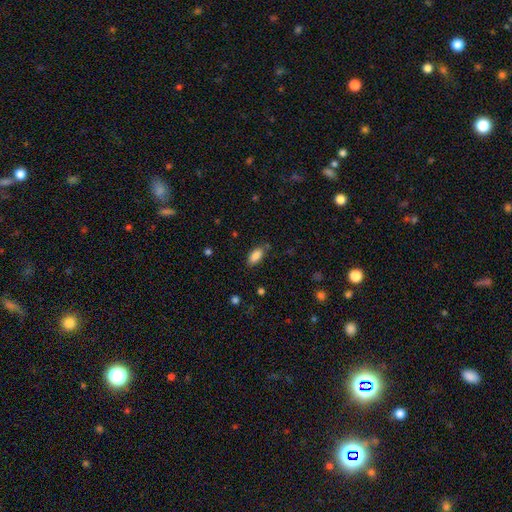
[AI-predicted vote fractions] This appears to be a smooth galaxy with no disk features (87%) that is in between round and cigar-shaped (89%). Merging: none (77%).